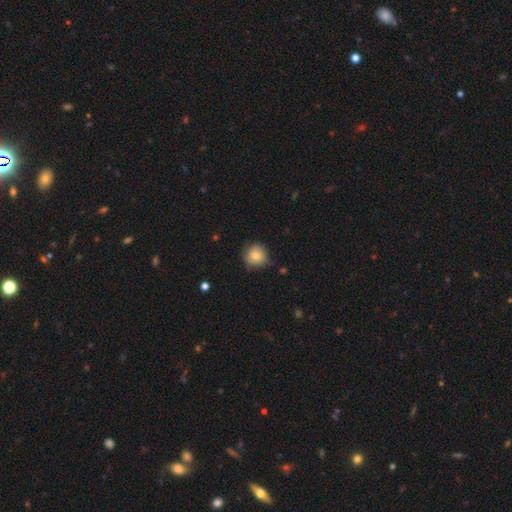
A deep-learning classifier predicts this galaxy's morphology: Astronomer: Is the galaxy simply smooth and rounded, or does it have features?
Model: smooth — 75%.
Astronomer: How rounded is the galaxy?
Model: round — 89%.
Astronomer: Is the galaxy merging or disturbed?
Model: none — 69%.